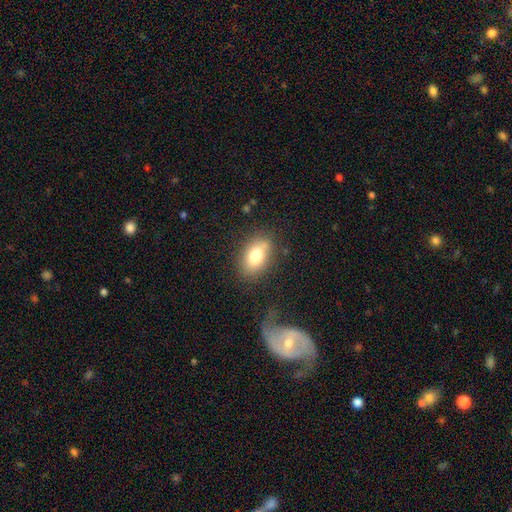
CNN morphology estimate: Smooth or featured: smooth — 76% (featured or disk — 15%)
How rounded: in between — 83% (round — 15%)
Merging: none — 77% (minor disturbance — 15%)